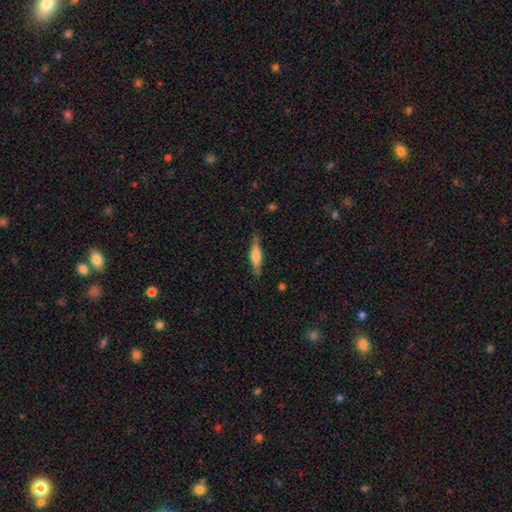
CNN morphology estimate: This is possibly a smooth galaxy (51%). How rounded: likely cigar-shaped (78%). Merging: clearly none (85%).